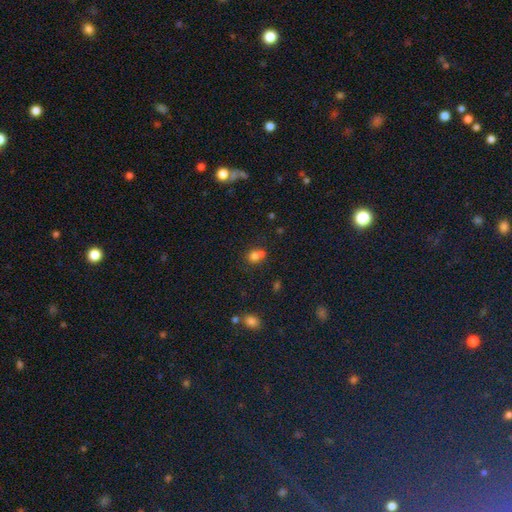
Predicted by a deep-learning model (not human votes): A smooth galaxy with no disk features (72%) that is round (71%). Merging: merger (56%).